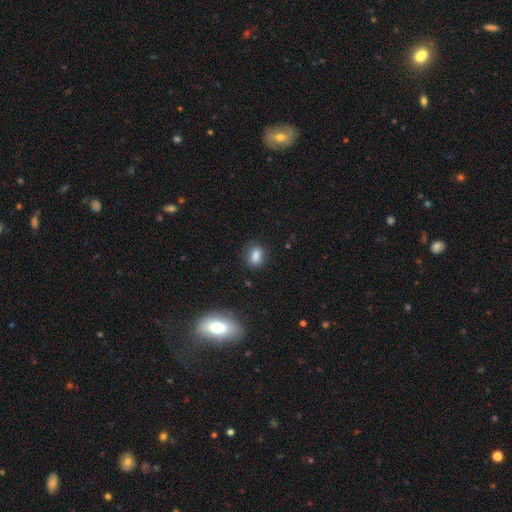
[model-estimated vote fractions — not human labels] Smooth or featured: smooth — 82% (star or artifact — 11%)
How rounded: in between — 61% (round — 37%)
Merging: none — 82% (minor disturbance — 13%)